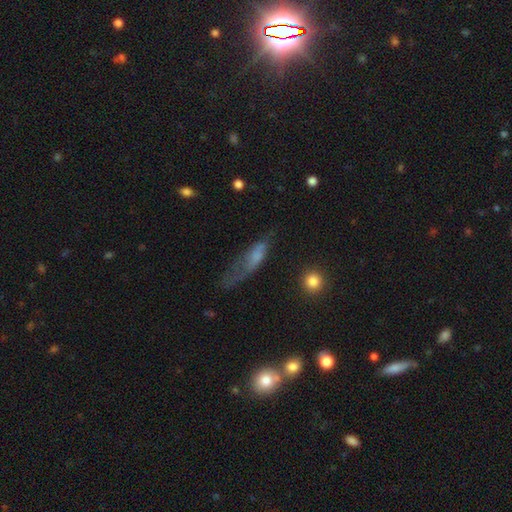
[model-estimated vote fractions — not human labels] smooth 52%, featured or disk 37%, star or artifact 11%. Down the decision tree: how rounded — cigar-shaped (53%); merging — major disturbance (37%).